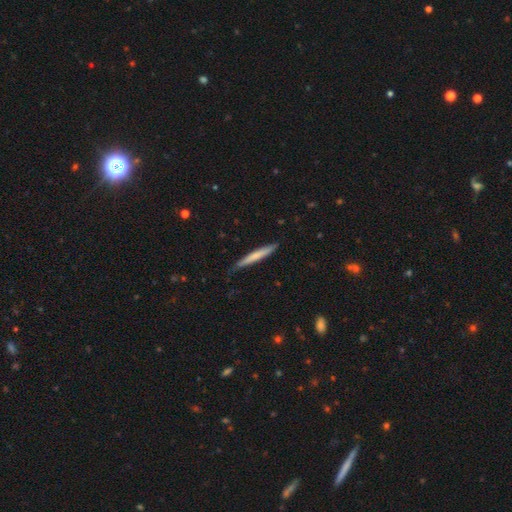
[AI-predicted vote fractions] This appears to be a smooth galaxy with no disk features (66%) that is cigar-shaped (96%). Merging: none (79%).